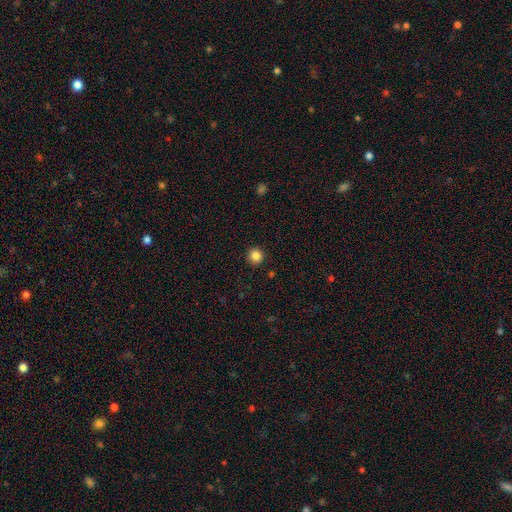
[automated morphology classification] A smooth galaxy with no disk features (85%) that is round (94%). Merging: none (92%).